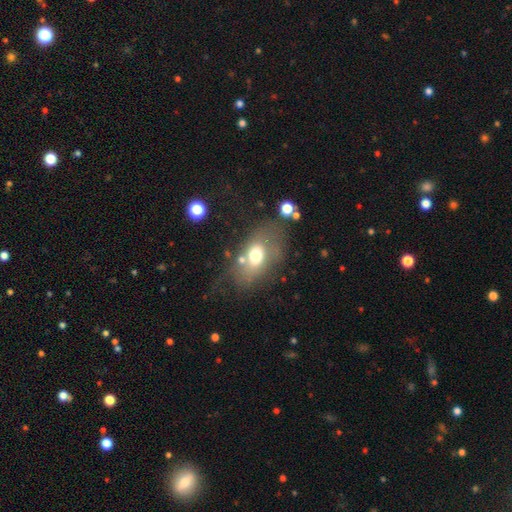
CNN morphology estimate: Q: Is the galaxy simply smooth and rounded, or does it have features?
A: smooth — 61%.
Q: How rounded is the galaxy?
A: in between — 80%.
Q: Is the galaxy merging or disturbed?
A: none — 46%.